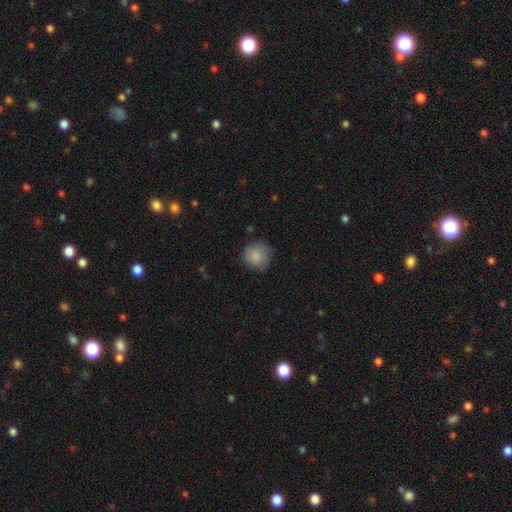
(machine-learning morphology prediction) This is clearly a smooth galaxy (83%). How rounded: clearly round (88%). Merging: likely none (73%).